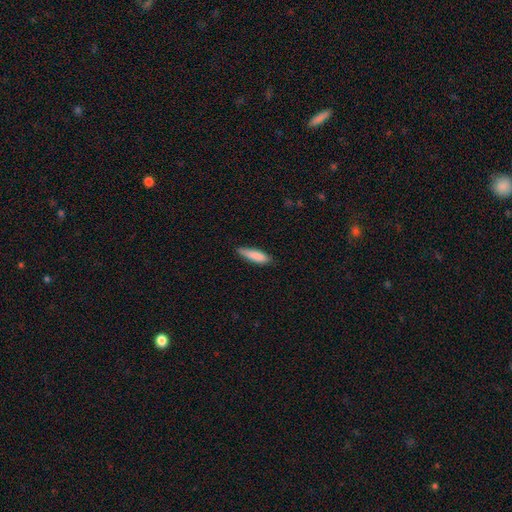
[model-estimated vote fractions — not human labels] smooth 84%, featured or disk 9%, star or artifact 6%. Down the decision tree: how rounded — cigar-shaped (65%); merging — none (76%).